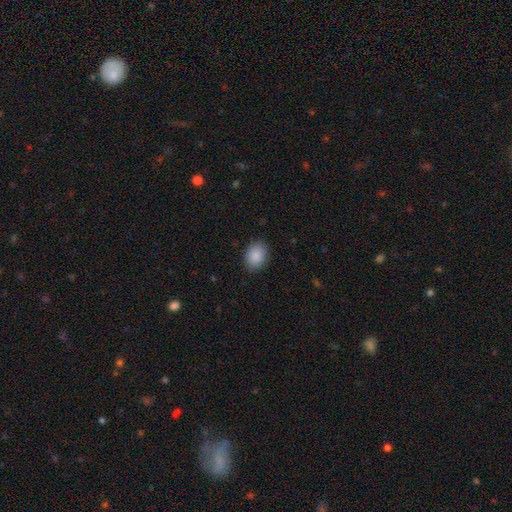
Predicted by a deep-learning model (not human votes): smooth_or_featured: smooth (p=0.89) [alt: star or artifact p=0.07]
how_rounded: in between (p=0.64) [alt: round p=0.35]
merging: none (p=0.86) [alt: minor disturbance p=0.10]